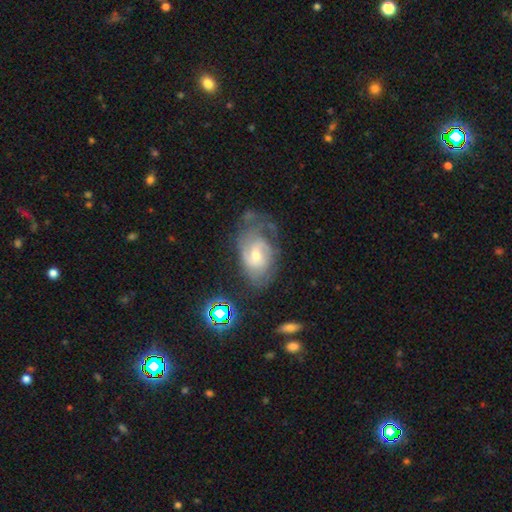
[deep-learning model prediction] A featured or disk galaxy (71%) with no bar (51%), tight (47%) spiral arms (86%) and a moderate central bulge (48%). Merging: none (44%).